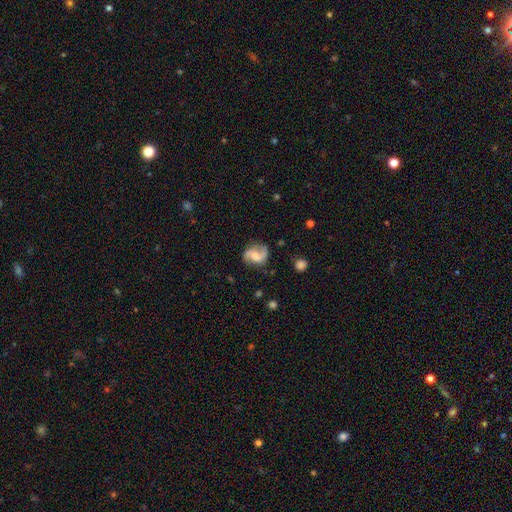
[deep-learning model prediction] smooth_or_featured: featured or disk (p=0.80) [alt: smooth p=0.13]
disk_edge_on: no (p=0.98) [alt: yes p=0.02]
bar: weak (p=0.45) [alt: no p=0.40]
has_spiral_arms: yes (p=0.96) [alt: no p=0.04]
spiral_winding: loose (p=0.49) [alt: medium p=0.40]
spiral_arm_count: 2 (p=0.91) [alt: 1 p=0.03]
bulge_size: moderate (p=0.32) [alt: small p=0.29]
merging: none (p=0.75) [alt: minor disturbance p=0.16]